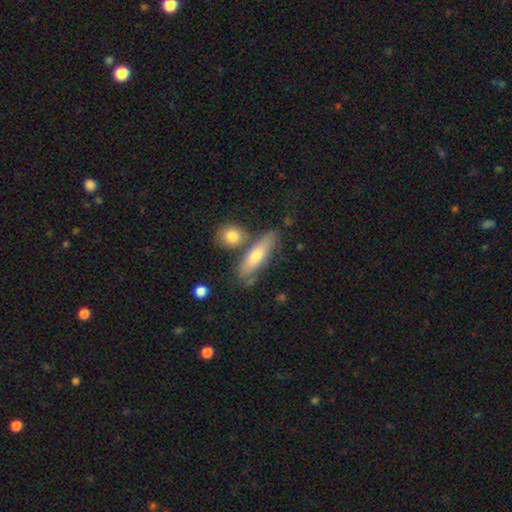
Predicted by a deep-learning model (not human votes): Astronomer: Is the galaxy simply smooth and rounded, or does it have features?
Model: smooth — 64%.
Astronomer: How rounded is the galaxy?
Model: cigar-shaped — 56% (runner-up: in between, 41%).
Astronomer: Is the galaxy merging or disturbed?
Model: none — 65%.